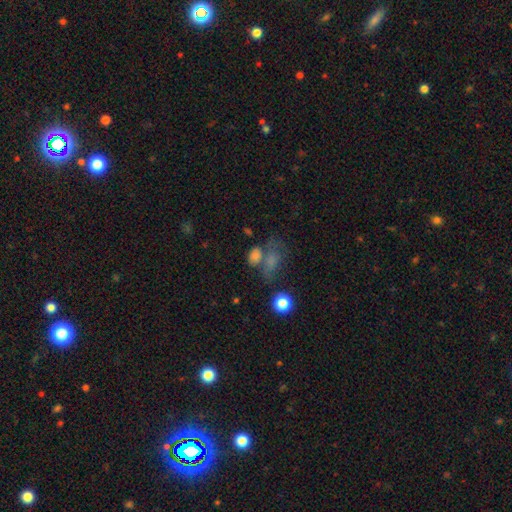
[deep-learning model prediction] Smooth or featured: smooth — 72% (star or artifact — 16%)
How rounded: in between — 74% (round — 24%)
Merging: none — 39% (merger — 35%)